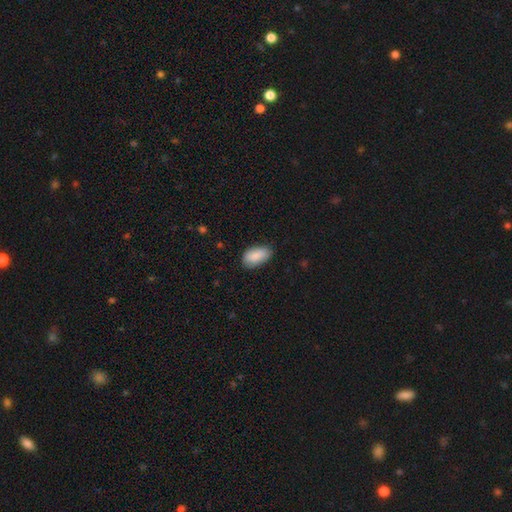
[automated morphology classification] This appears to be a smooth galaxy with no disk features (88%) that is in between round and cigar-shaped (94%). Merging: none (78%).